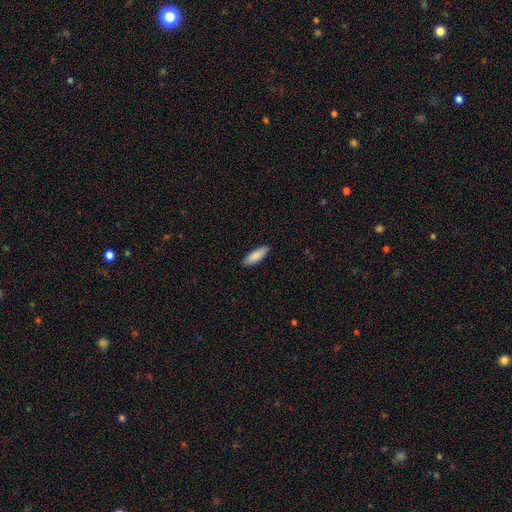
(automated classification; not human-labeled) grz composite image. It shows a smooth galaxy with no disk features (88%) that is in between round and cigar-shaped (67%). Merging: none (88%).